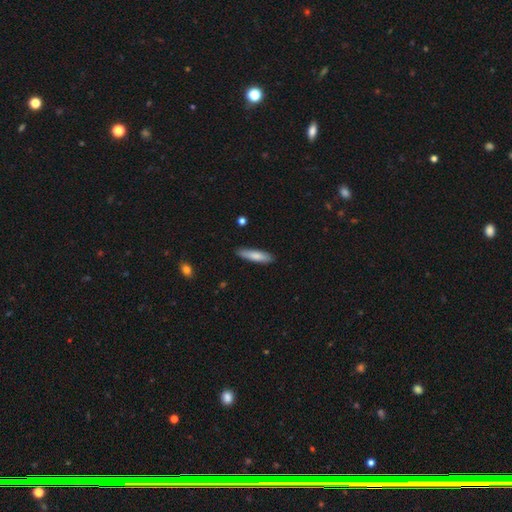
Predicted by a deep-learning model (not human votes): This appears to be a smooth galaxy with no disk features (79%) that is cigar-shaped (77%). Merging: none (86%).